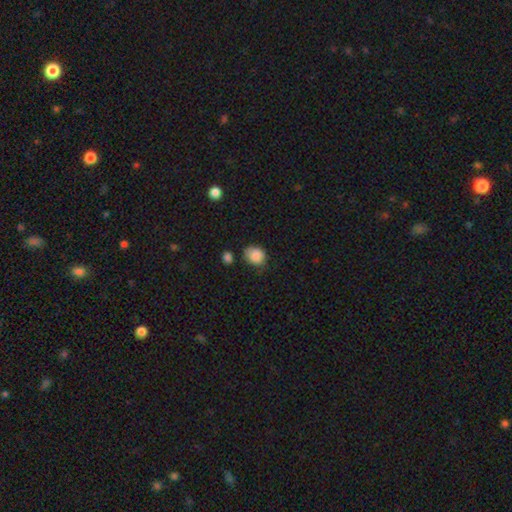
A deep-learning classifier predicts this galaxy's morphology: This appears to be a smooth galaxy with no disk features (87%) that is round (57%). Merging: none (62%).